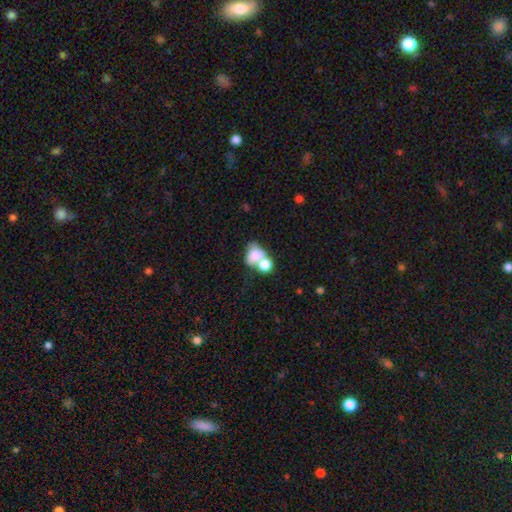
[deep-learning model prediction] This is likely a smooth galaxy (72%). How rounded: likely in between (69%). Merging: likely merger (60%).